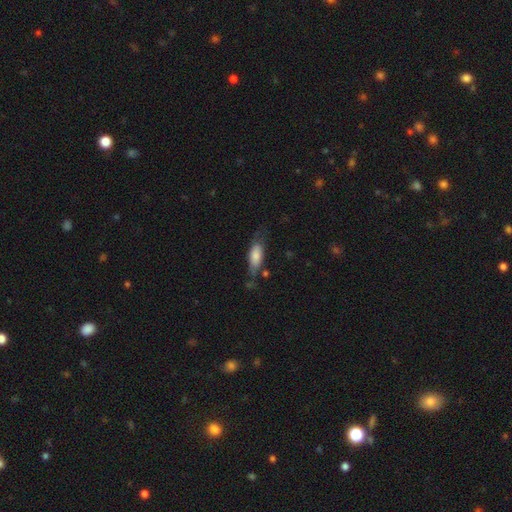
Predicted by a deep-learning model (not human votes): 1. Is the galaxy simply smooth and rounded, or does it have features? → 73% smooth, 20% featured or disk, 6% star or artifact.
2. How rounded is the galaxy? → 73% in between, 24% cigar-shaped, 2% round.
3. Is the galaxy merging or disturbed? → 51% none, 29% minor disturbance, 14% major disturbance, 6% merger.